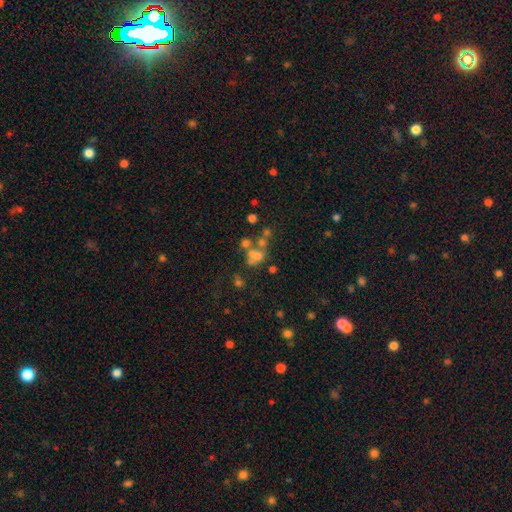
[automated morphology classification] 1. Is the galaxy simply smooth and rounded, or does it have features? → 47% smooth, 31% featured or disk, 22% star or artifact.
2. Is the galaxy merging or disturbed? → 44% merger, 34% none, 12% major disturbance, 11% minor disturbance.